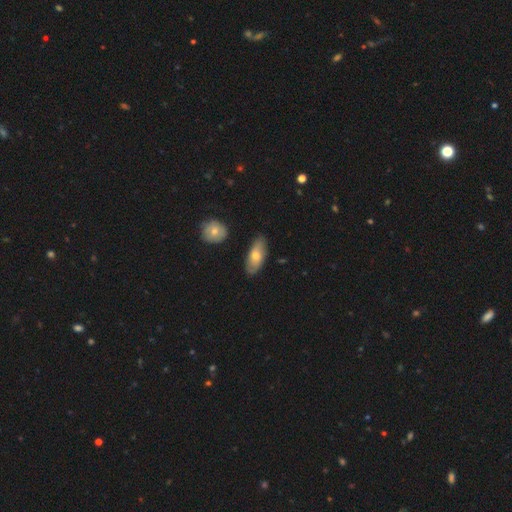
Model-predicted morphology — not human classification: This is possibly a smooth galaxy (59%). How rounded: clearly in between (87%). Merging: likely none (79%).